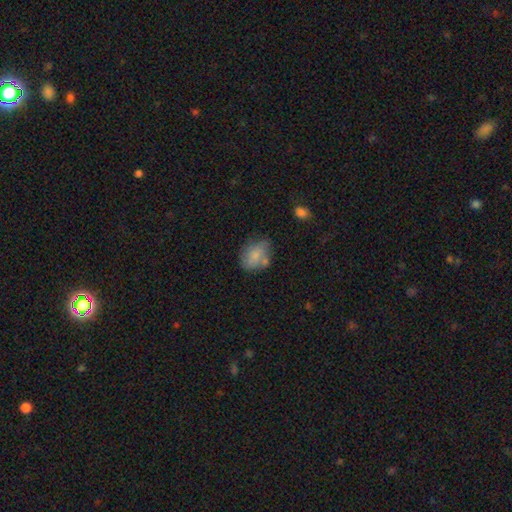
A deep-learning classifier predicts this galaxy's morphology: smooth 75%, featured or disk 16%, star or artifact 8%. Down the decision tree: how rounded — in between (62%); merging — none (51%).